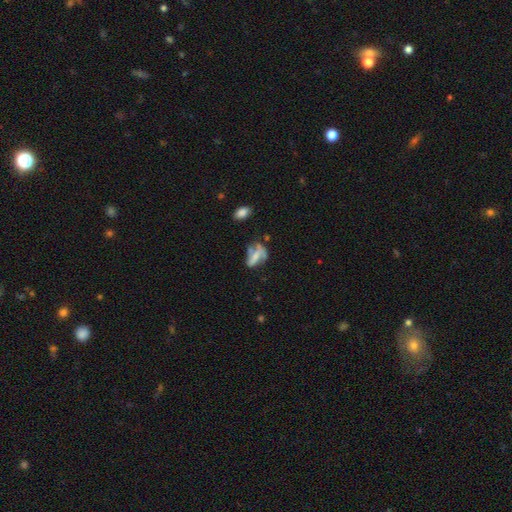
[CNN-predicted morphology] Q: Smooth or featured?
A: featured or disk (49%); runner-up: smooth (40%)
Q: Merging?
A: none (32%); runner-up: major disturbance (29%)